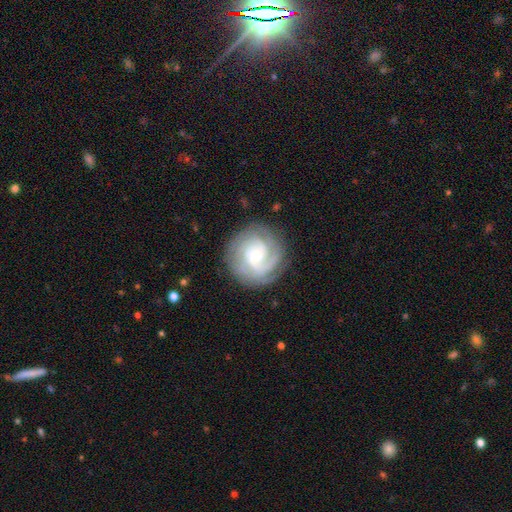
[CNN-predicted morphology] This is clearly a featured or disk galaxy (85%). It is clearly not viewed edge-on (98%). Bar: likely no (62%). Spiral arm pattern: clearly yes (97%). Spiral arm count: marginally 3 (30%). Spiral winding: likely tight (71%). Central bulge: likely small (68%). Merging: clearly none (82%).